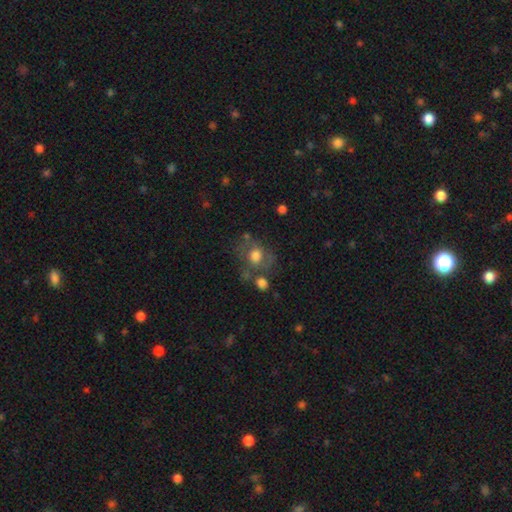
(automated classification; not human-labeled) Overall: smooth (58%; featured or disk 32%). How rounded: round (68%; in between 31%). Merging: none (50%; minor disturbance 20%).